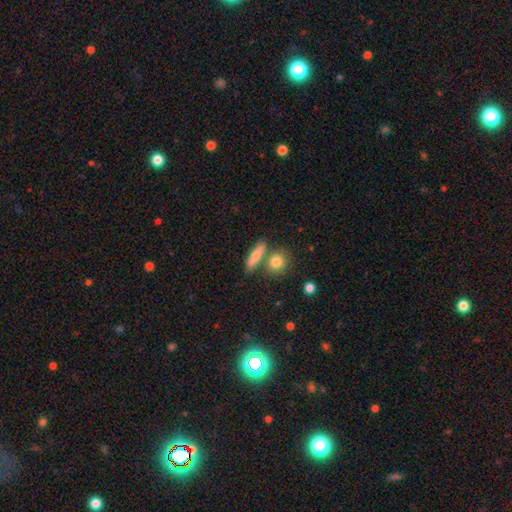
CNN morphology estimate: smooth-or-featured: smooth: 73% | featured or disk: 20% | star or artifact: 7%
  how-rounded: cigar-shaped: 56% | in between: 31% | round: 13%
  merging: none: 64% | merger: 21% | minor disturbance: 11% | major disturbance: 4%